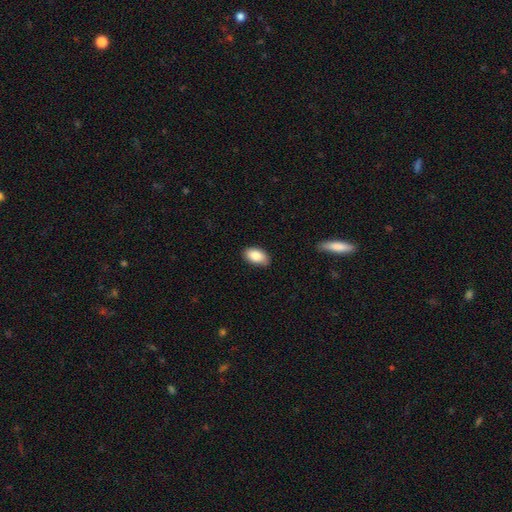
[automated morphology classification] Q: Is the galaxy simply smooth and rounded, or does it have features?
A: smooth — 84%.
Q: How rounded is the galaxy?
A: in between — 93%.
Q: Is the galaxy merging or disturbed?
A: none — 83%.